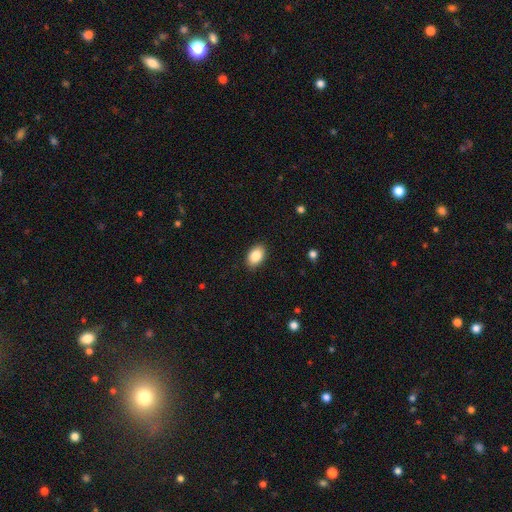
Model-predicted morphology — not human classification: Smooth or featured? Predicted: smooth (p=0.88). How rounded? Predicted: in between (p=0.90). Merging? Predicted: none (p=0.88).